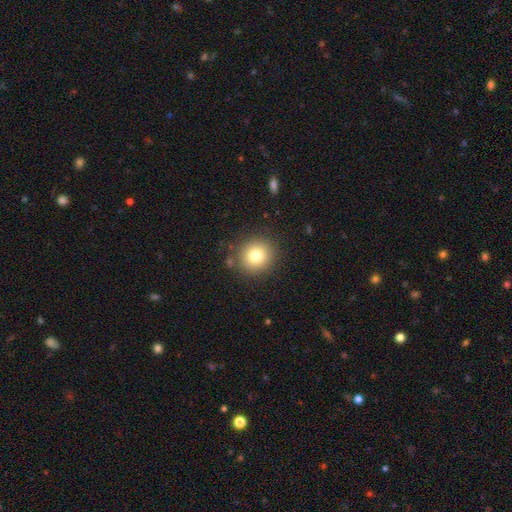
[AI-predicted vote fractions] smooth_or_featured: smooth (p=0.79) [alt: star or artifact p=0.12]
how_rounded: round (p=0.89) [alt: in between p=0.10]
merging: none (p=0.86) [alt: minor disturbance p=0.08]